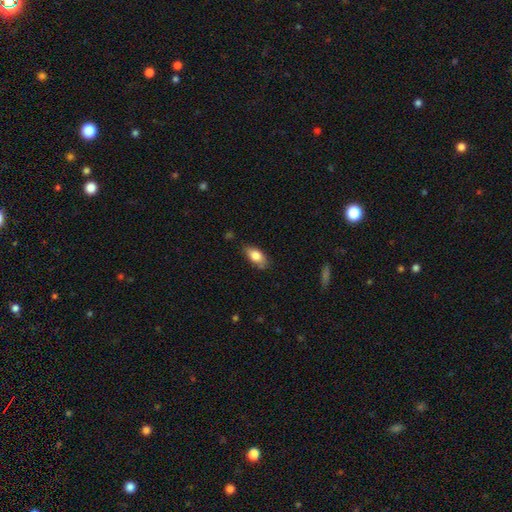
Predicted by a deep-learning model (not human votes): A smooth galaxy with no disk features (81%) that is in between round and cigar-shaped (87%). Merging: none (73%).